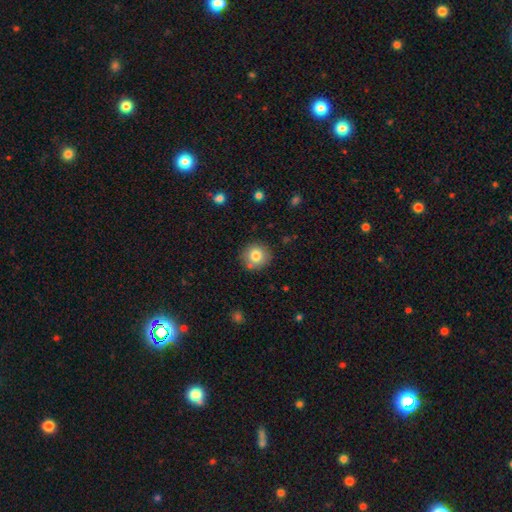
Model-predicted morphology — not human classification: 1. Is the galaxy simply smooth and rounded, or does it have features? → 80% smooth, 10% star or artifact, 10% featured or disk.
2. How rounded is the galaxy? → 91% round, 8% in between, 1% cigar-shaped.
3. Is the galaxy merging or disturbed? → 83% none, 10% minor disturbance, 5% merger, 2% major disturbance.